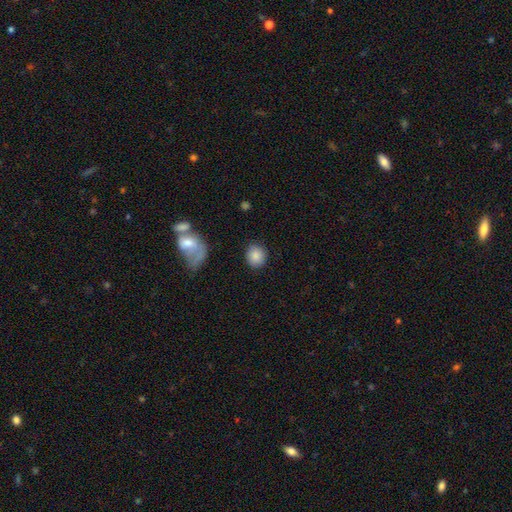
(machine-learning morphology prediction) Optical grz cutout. It shows a smooth galaxy with no disk features (85%) that is round (76%). Merging: none (84%).